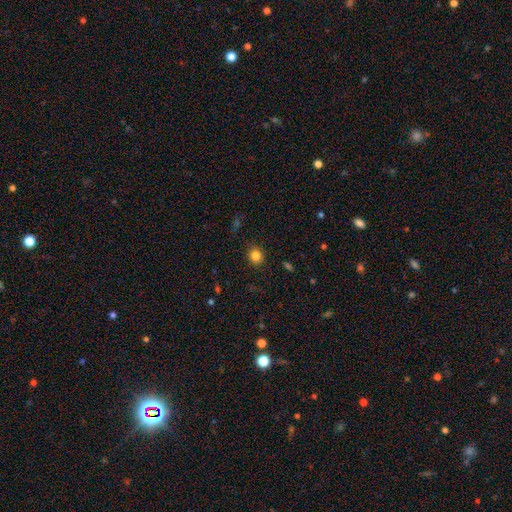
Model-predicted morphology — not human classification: smooth-or-featured: smooth: 83% | star or artifact: 12% | featured or disk: 6%
  how-rounded: round: 79% | in between: 20% | cigar-shaped: 1%
  merging: none: 89% | minor disturbance: 8% | major disturbance: 2% | merger: 1%